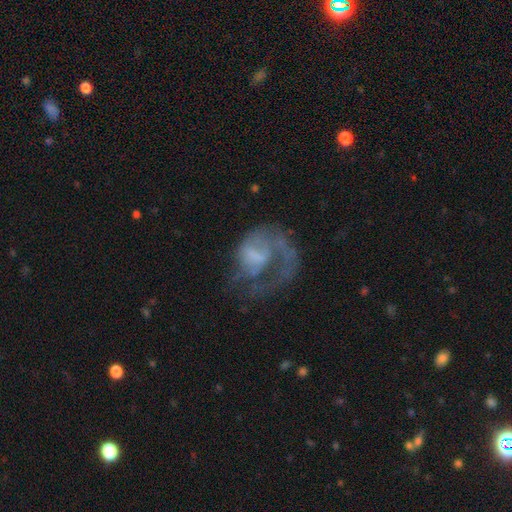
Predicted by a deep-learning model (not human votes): Smooth or featured? featured or disk (68%)
Edge-on disk? no (98%)
Bar? no (56%)
Spiral arms? yes (67%)
Bulge size? none (43%)
Merging? major disturbance (54%)